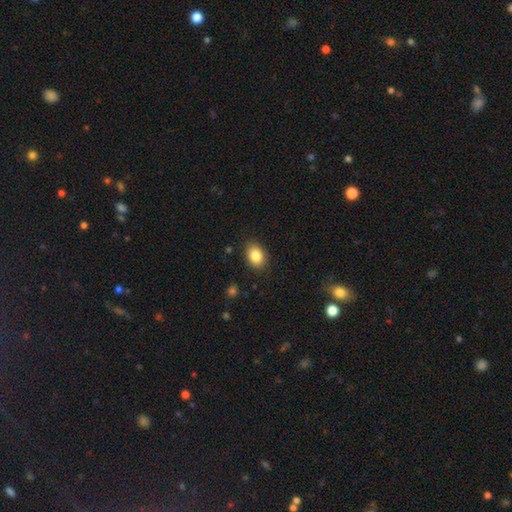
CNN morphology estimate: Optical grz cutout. It shows a smooth galaxy with no disk features (85%) that is in between round and cigar-shaped (77%). Merging: none (87%).